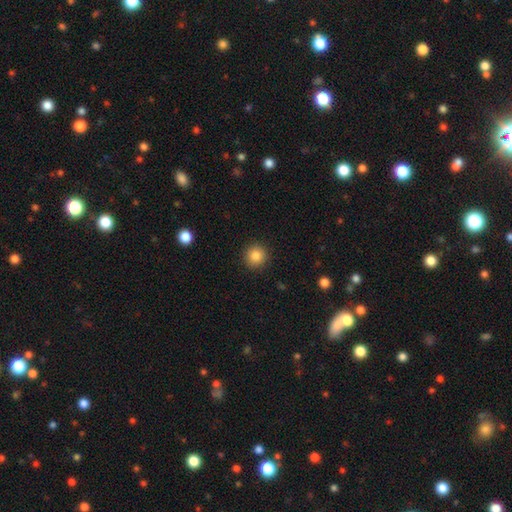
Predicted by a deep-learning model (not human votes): The model was most divided on "smooth or featured": smooth: 85%, star or artifact: 10%, featured or disk: 5%. More confident: how rounded — round (94%); merging — none (92%).